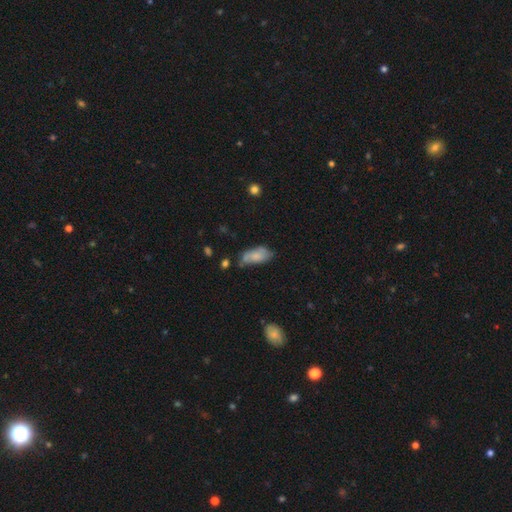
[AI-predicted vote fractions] A smooth galaxy with no disk features (73%) that is in between round and cigar-shaped (88%).

Vote fractions:
- Smooth or featured? smooth: 73% / featured or disk: 19% / star or artifact: 8%
- How rounded? in between: 88% / cigar-shaped: 9% / round: 3%
- Merging? none: 43% / minor disturbance: 36% / major disturbance: 13% / merger: 8%